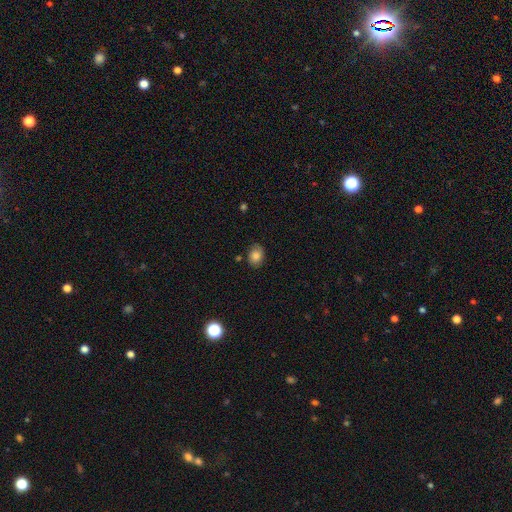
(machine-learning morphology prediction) smooth_or_featured: smooth (p=0.81) [alt: featured or disk p=0.10]
how_rounded: in between (p=0.64) [alt: round p=0.35]
merging: none (p=0.81) [alt: minor disturbance p=0.14]